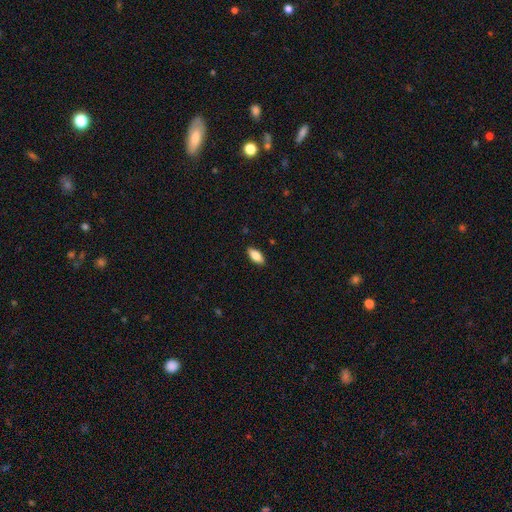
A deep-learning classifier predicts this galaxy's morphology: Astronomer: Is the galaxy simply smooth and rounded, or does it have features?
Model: smooth — 80%.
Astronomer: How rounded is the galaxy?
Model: in between — 84%.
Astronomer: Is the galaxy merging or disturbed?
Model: none — 88%.